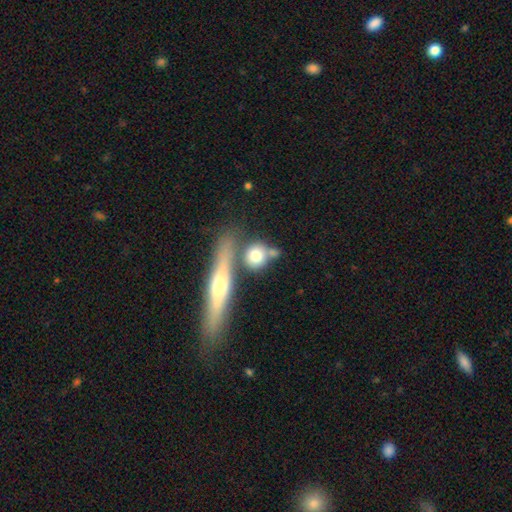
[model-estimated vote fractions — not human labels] This appears to be a smooth galaxy with no disk features (70%) that is round (65%). Merging: none (54%).